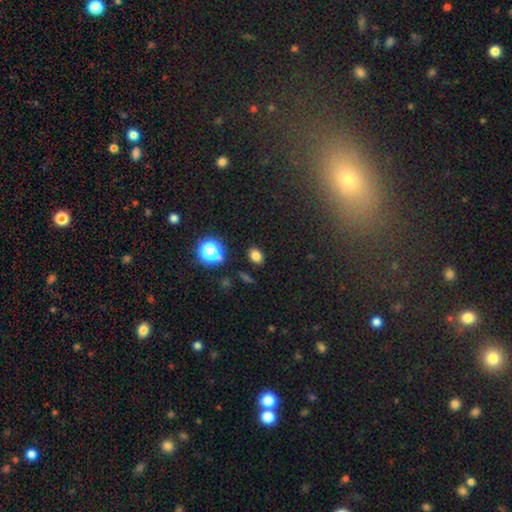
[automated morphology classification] Smooth or featured?
  - smooth: 77% *
  - star or artifact: 18%
  - featured or disk: 5%
How rounded?
  - in between: 66% *
  - round: 33%
  - cigar-shaped: 1%
Merging?
  - none: 86% *
  - minor disturbance: 9%
  - major disturbance: 3%
  - merger: 2%